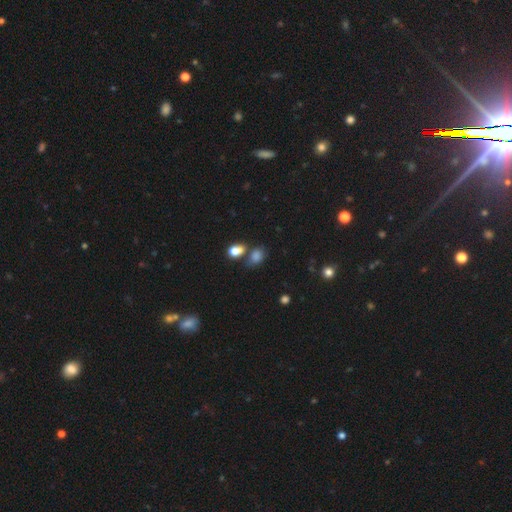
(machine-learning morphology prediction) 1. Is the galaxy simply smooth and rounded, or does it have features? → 73% smooth, 19% star or artifact, 8% featured or disk.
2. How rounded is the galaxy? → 71% in between, 26% round, 2% cigar-shaped.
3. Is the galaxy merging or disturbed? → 56% none, 25% merger, 13% minor disturbance, 5% major disturbance.